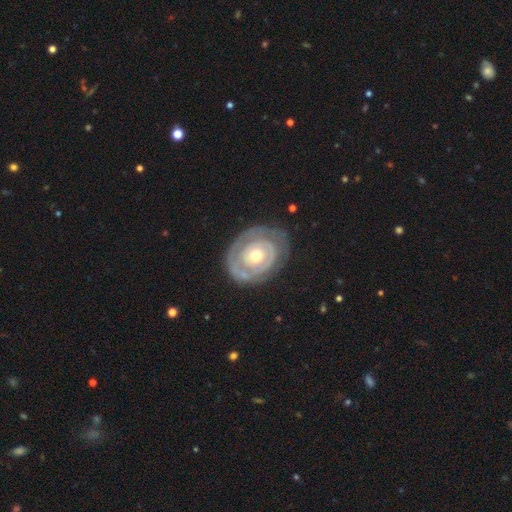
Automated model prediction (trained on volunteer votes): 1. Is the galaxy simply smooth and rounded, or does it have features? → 72% featured or disk, 24% smooth, 4% star or artifact.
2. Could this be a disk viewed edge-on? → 96% no, 4% yes.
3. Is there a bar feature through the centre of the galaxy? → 87% no, 10% weak, 3% strong.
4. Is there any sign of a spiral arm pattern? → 52% yes, 48% no.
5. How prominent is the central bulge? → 67% moderate, 23% small, 8% large, 1% dominant, 1% none.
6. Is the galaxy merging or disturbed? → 69% none, 20% minor disturbance, 9% major disturbance, 2% merger.